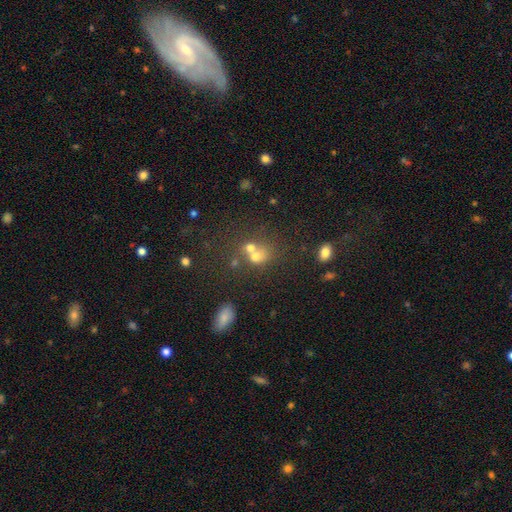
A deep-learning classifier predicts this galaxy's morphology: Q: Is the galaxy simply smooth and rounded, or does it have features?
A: smooth — 61%.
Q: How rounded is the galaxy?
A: round — 63%.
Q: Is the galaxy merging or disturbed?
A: merger — 49%.